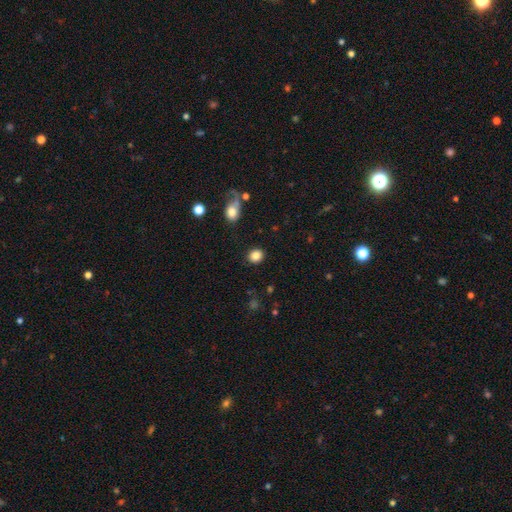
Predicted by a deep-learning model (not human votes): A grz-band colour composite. It shows a smooth galaxy with no disk features (85%) that is round (77%). Merging: none (88%).